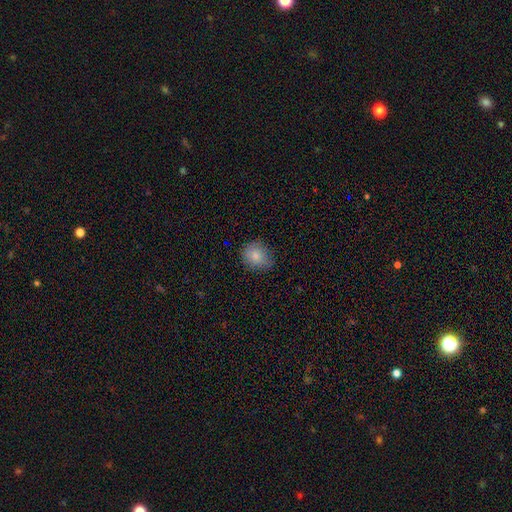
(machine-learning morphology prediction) A smooth galaxy with no disk features (84%) that is round (69%).

Vote fractions:
- Smooth or featured? smooth: 84% / star or artifact: 8% / featured or disk: 8%
- How rounded? round: 69% / in between: 30% / cigar-shaped: 1%
- Merging? none: 75% / minor disturbance: 20% / major disturbance: 4% / merger: 1%